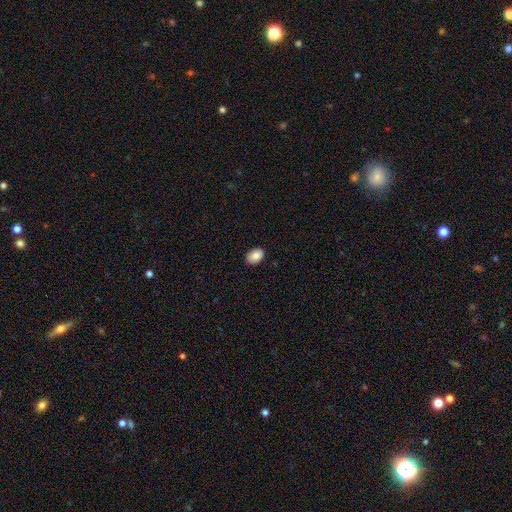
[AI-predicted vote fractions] Q: Smooth or featured?
A: smooth (86%); runner-up: star or artifact (7%)
Q: How rounded?
A: in between (80%); runner-up: round (19%)
Q: Merging?
A: none (88%); runner-up: minor disturbance (9%)